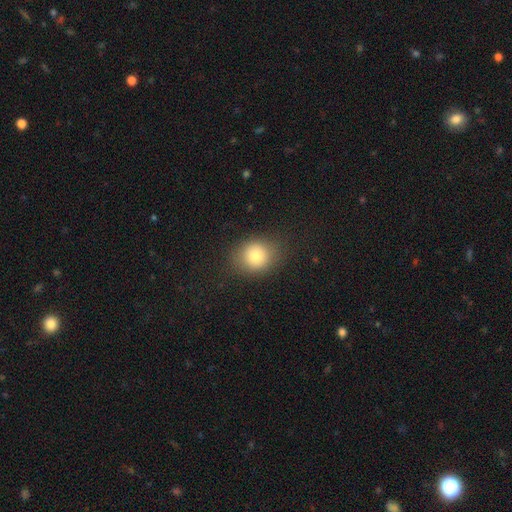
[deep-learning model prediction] Morphology: type=smooth (78%); roundness=round (70%); merging=none (83%).